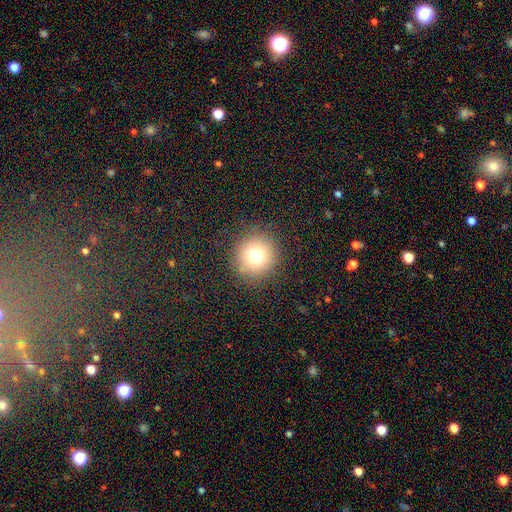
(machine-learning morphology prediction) A smooth galaxy with no disk features (75%) that is round (93%).

Vote fractions:
- Smooth or featured? smooth: 75% / star or artifact: 15% / featured or disk: 10%
- How rounded? round: 93% / in between: 7% / cigar-shaped: 1%
- Merging? none: 88% / minor disturbance: 8% / major disturbance: 4% / merger: 1%